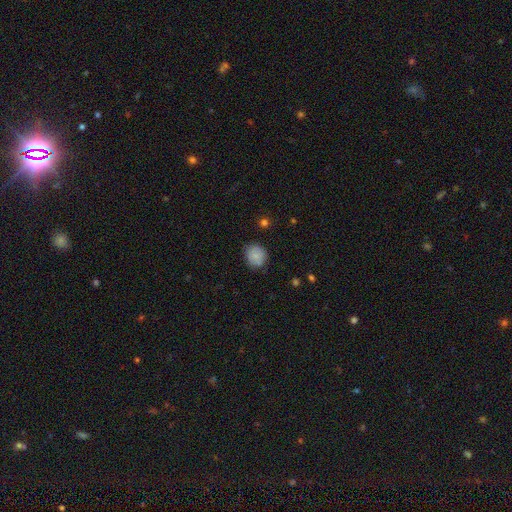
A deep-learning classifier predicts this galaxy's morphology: Smooth or featured?
  - smooth: 83% *
  - star or artifact: 10%
  - featured or disk: 8%
How rounded?
  - round: 82% *
  - in between: 17%
  - cigar-shaped: 1%
Merging?
  - none: 78% *
  - minor disturbance: 15%
  - major disturbance: 4%
  - merger: 3%